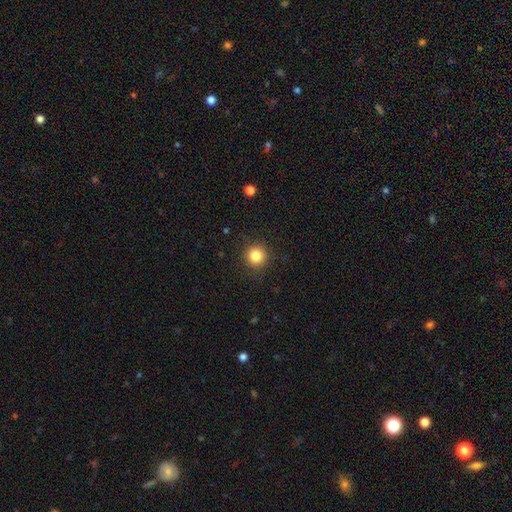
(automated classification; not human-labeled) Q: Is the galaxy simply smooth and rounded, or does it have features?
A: smooth — 83%.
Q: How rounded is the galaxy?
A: round — 94%.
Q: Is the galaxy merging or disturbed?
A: none — 91%.